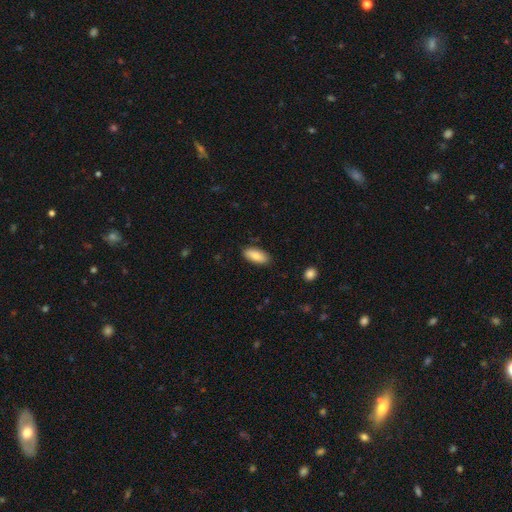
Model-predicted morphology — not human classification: smooth-or-featured: smooth: 84% | featured or disk: 10% | star or artifact: 6%
  how-rounded: in between: 85% | cigar-shaped: 13% | round: 2%
  merging: none: 87% | minor disturbance: 10% | major disturbance: 2% | merger: 1%